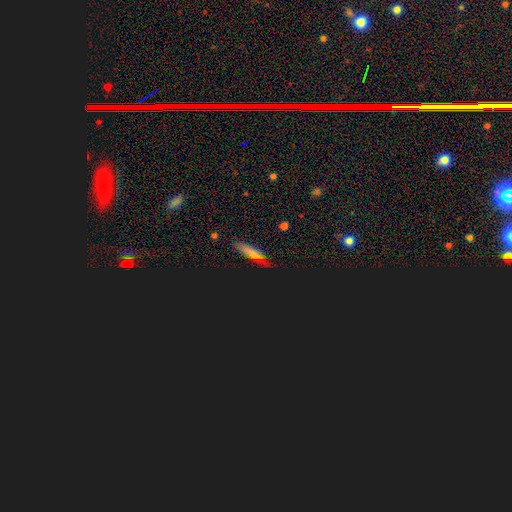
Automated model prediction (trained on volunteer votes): smooth-or-featured: smooth: 56% | star or artifact: 28% | featured or disk: 16%
  how-rounded: cigar-shaped: 69% | in between: 26% | round: 5%
  merging: none: 80% | minor disturbance: 14% | major disturbance: 3% | merger: 2%